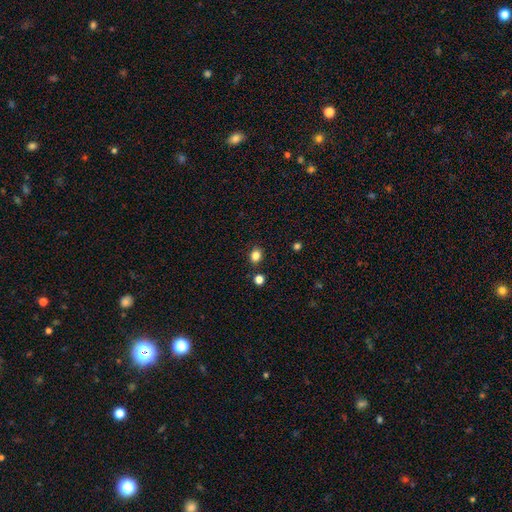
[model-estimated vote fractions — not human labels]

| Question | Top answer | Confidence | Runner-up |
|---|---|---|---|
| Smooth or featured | smooth | 82% | star or artifact (13%) |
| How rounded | round | 63% | in between (36%) |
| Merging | none | 85% | minor disturbance (8%) |